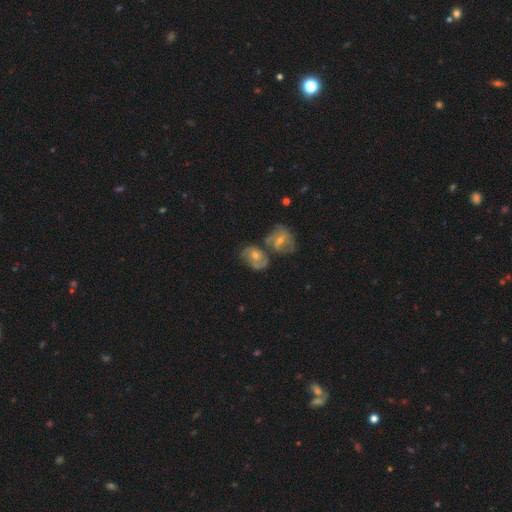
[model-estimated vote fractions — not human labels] Smooth or featured?
  - featured or disk: 57% *
  - smooth: 31%
  - star or artifact: 12%
Edge-on disk?
  - no: 95% *
  - yes: 5%
Bar?
  - no: 67% *
  - weak: 27%
  - strong: 7%
Spiral arms?
  - yes: 73% *
  - no: 27%
Bulge size?
  - moderate: 59% *
  - small: 33%
  - large: 5%
  - none: 2%
  - dominant: 1%
Merging?
  - merger: 42% *
  - none: 38%
  - minor disturbance: 13%
  - major disturbance: 7%